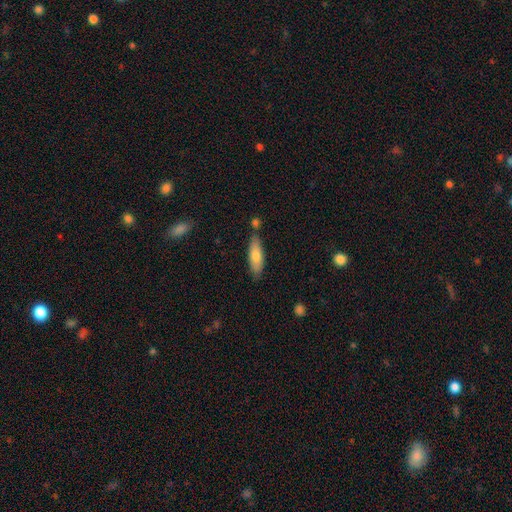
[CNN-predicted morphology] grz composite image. It shows a smooth galaxy with no disk features (70%) that is cigar-shaped (59%). Merging: none (78%).